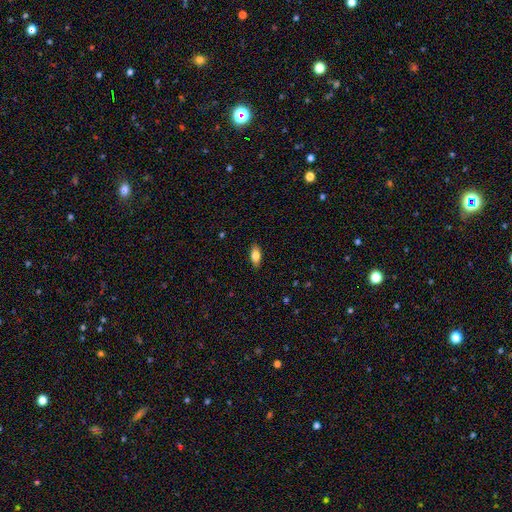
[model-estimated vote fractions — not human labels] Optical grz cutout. It shows a smooth galaxy with no disk features (82%) that is in between round and cigar-shaped (87%). Merging: none (88%).